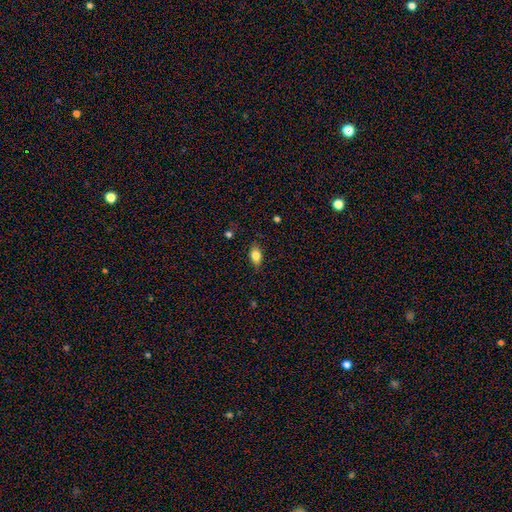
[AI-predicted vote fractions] Smooth or featured? smooth (79%)
How rounded? in between (86%)
Merging? none (82%)